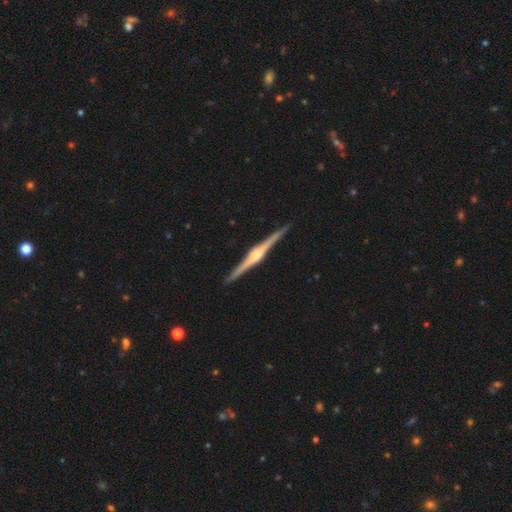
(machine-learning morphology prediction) featured or disk 88%, smooth 8%, star or artifact 4%. Down the decision tree: edge-on disk — yes (99%); edge-on bulge — rounded (77%); merging — none (92%).